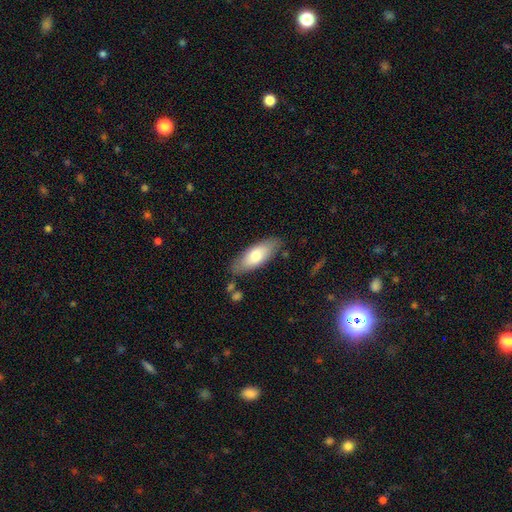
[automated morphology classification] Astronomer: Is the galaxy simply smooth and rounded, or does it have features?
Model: smooth — 74%.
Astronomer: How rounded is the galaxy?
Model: in between — 72%.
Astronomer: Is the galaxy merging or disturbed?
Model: none — 79%.